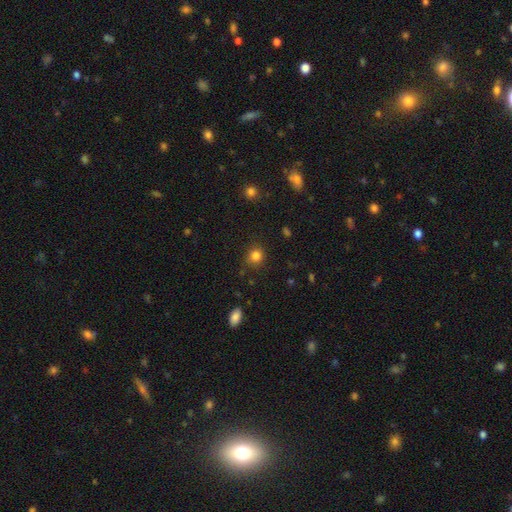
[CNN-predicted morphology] Smooth or featured?
  - smooth: 83% *
  - star or artifact: 13%
  - featured or disk: 4%
How rounded?
  - round: 83% *
  - in between: 16%
  - cigar-shaped: 1%
Merging?
  - none: 84% *
  - minor disturbance: 11%
  - major disturbance: 3%
  - merger: 2%